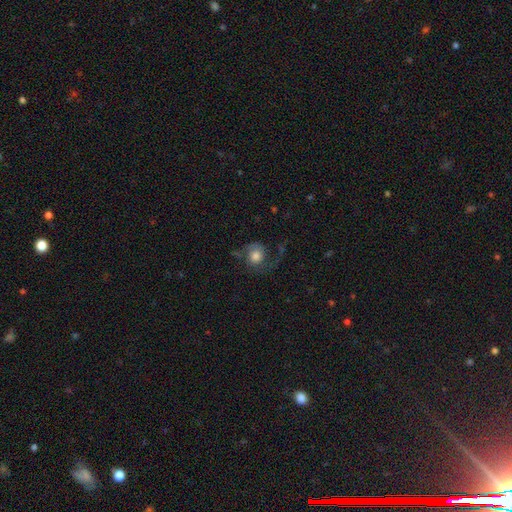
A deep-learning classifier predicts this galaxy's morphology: type=featured or disk (54%); edge-on=no (97%); bar=no (77%); spiral arms=yes (88%); bulge=moderate (43%); merging=none (52%).